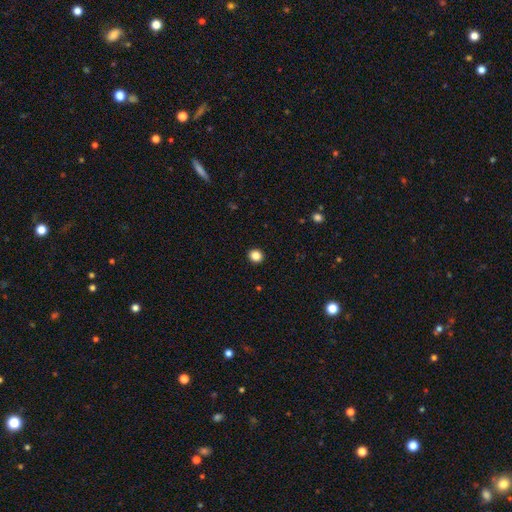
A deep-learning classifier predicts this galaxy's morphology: smooth-or-featured: smooth: 86% | star or artifact: 11% | featured or disk: 3%
  how-rounded: round: 87% | in between: 12% | cigar-shaped: 1%
  merging: none: 93% | minor disturbance: 4% | major disturbance: 1% | merger: 1%